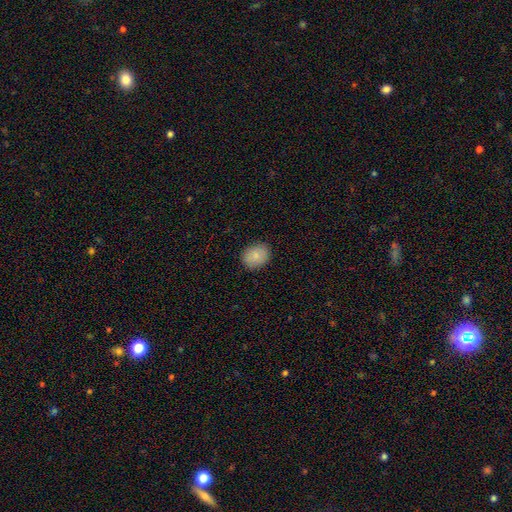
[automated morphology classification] Q: Smooth or featured?
A: smooth (85%); runner-up: star or artifact (8%)
Q: How rounded?
A: in between (58%); runner-up: round (41%)
Q: Merging?
A: none (86%); runner-up: minor disturbance (11%)